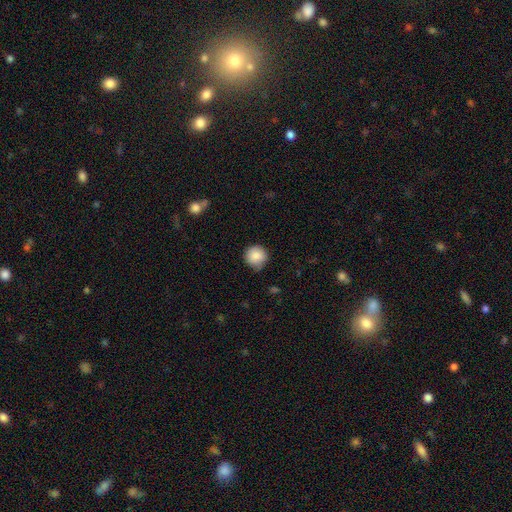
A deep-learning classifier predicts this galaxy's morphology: Overall: smooth (87%). How rounded: round (95%). Merging: none (81%).